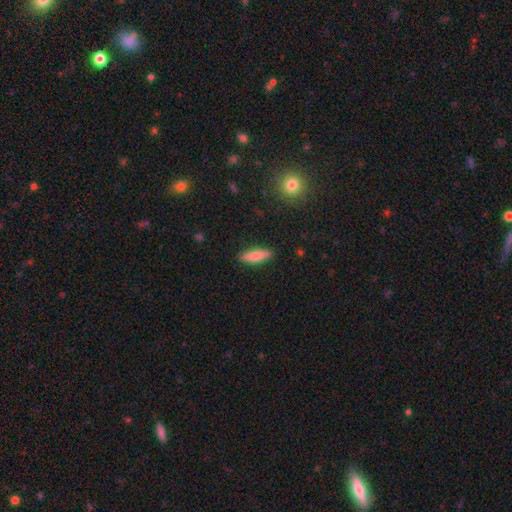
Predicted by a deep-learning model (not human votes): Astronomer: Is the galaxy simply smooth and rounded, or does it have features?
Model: smooth — 79%.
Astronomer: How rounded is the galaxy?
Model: cigar-shaped — 54% (runner-up: in between, 44%).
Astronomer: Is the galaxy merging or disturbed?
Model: none — 88%.